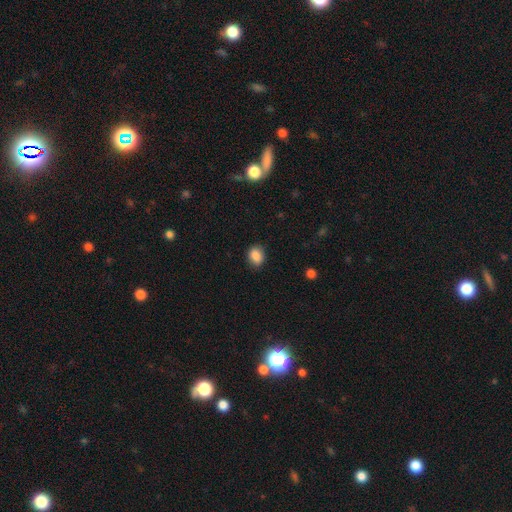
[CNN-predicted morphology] A smooth galaxy with no disk features (87%) that is in between round and cigar-shaped (60%). Merging: none (85%).